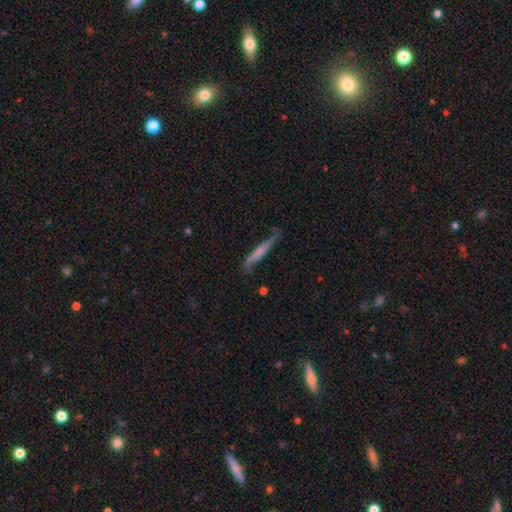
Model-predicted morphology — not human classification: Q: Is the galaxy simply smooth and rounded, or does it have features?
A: smooth — 47%.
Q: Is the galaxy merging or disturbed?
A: none — 69%.